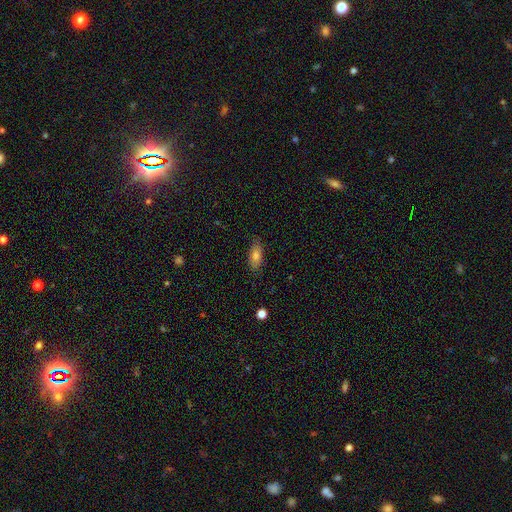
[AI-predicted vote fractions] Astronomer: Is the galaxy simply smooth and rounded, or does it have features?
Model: smooth — 77%.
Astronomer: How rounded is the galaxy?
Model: in between — 82%.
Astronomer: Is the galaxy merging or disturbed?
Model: none — 83%.